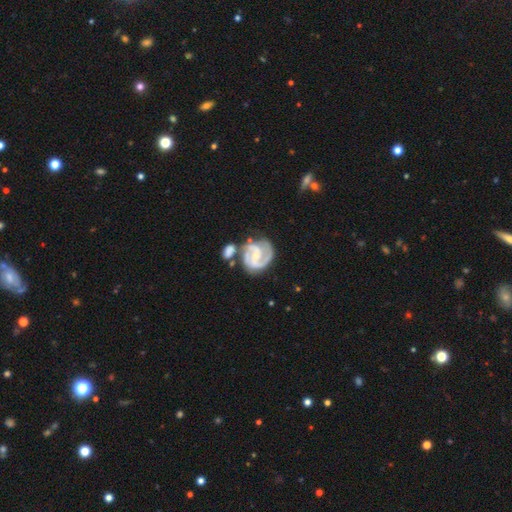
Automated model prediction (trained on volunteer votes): Smooth or featured: featured or disk — 89% (smooth — 7%)
Edge-on disk: no — 98% (yes — 2%)
Bar: weak — 43% (no — 40%)
Spiral arms: yes — 97% (no — 3%)
Spiral winding: medium — 47% (tight — 43%)
Spiral arm count: 2 — 66% (3 — 21%)
Bulge size: small — 65% (moderate — 31%)
Merging: none — 52% (merger — 20%)